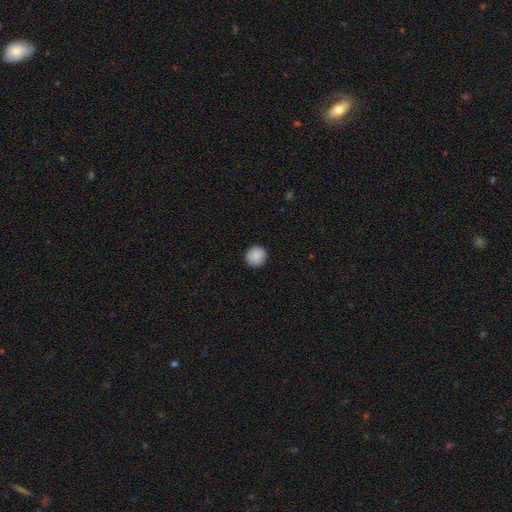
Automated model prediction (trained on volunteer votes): This is clearly a smooth galaxy (89%). How rounded: clearly round (91%). Merging: clearly none (91%).